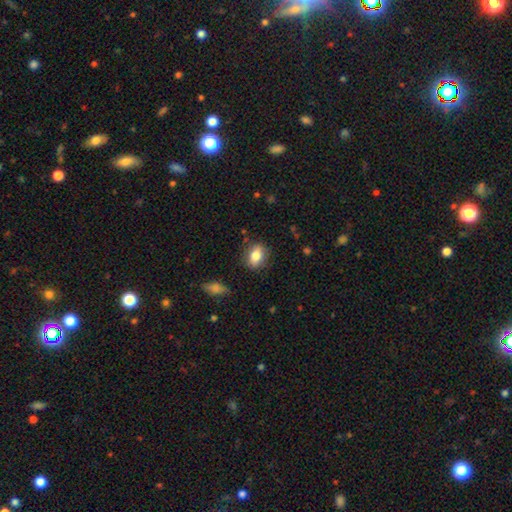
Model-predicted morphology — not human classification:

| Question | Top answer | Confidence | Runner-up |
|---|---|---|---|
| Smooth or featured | smooth | 81% | featured or disk (11%) |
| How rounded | in between | 75% | round (23%) |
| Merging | none | 80% | minor disturbance (14%) |